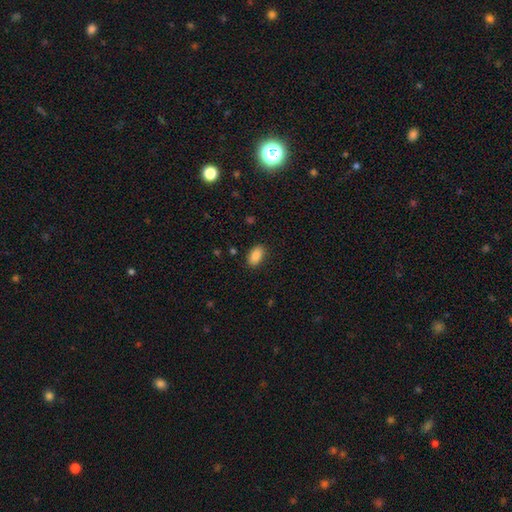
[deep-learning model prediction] Q: Smooth or featured?
A: smooth (88%); runner-up: star or artifact (8%)
Q: How rounded?
A: in between (93%); runner-up: round (5%)
Q: Merging?
A: none (87%); runner-up: minor disturbance (9%)